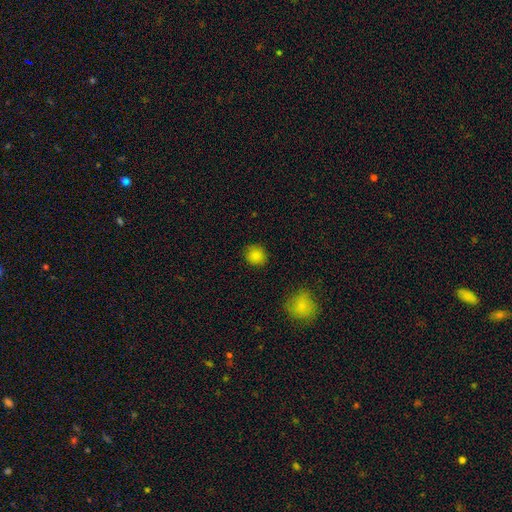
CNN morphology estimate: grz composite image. It shows a smooth galaxy with no disk features (84%) that is round (87%). Merging: none (88%).